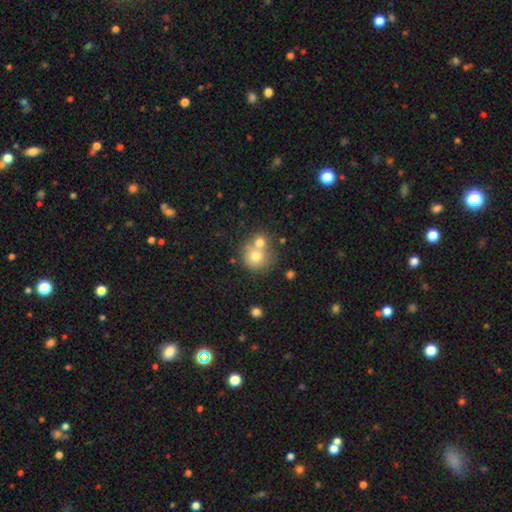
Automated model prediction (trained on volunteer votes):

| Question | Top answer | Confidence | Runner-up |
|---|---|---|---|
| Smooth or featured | smooth | 72% | featured or disk (18%) |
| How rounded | round | 84% | in between (15%) |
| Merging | merger | 50% | none (38%) |